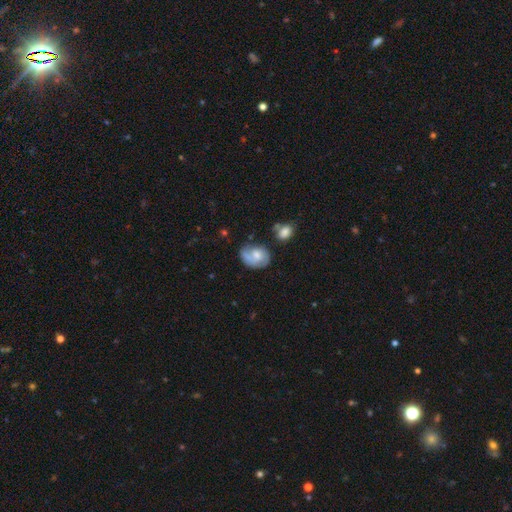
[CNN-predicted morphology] Overall: featured or disk (57%; smooth 35%). Edge-on disk: no (97%). Bar: no (66%; weak 29%). Spiral arms: yes (82%). Bulge size: moderate (48%; small 33%). Merging: none (50%; minor disturbance 26%).